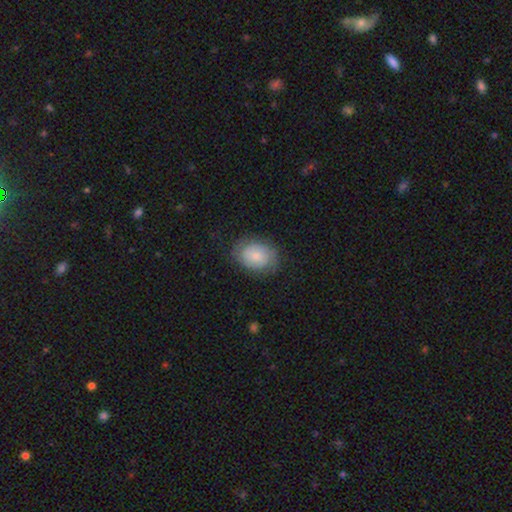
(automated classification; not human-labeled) Smooth or featured?
  - smooth: 56% *
  - featured or disk: 37%
  - star or artifact: 7%
How rounded?
  - in between: 63% *
  - round: 36%
  - cigar-shaped: 1%
Merging?
  - none: 75% *
  - minor disturbance: 17%
  - major disturbance: 6%
  - merger: 1%